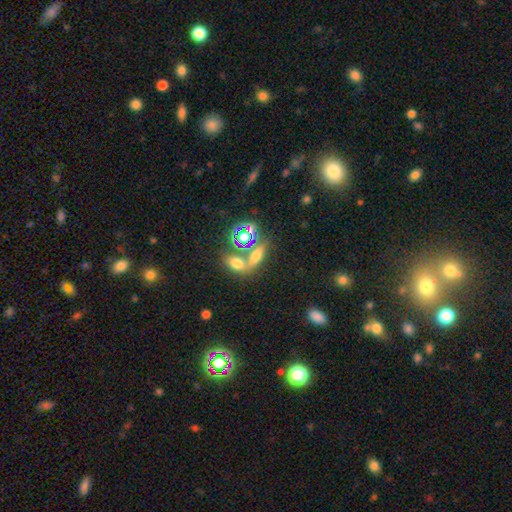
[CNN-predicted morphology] This appears to be a smooth galaxy with no disk features (57%) that is in between round and cigar-shaped (61%). Merging: none (44%).